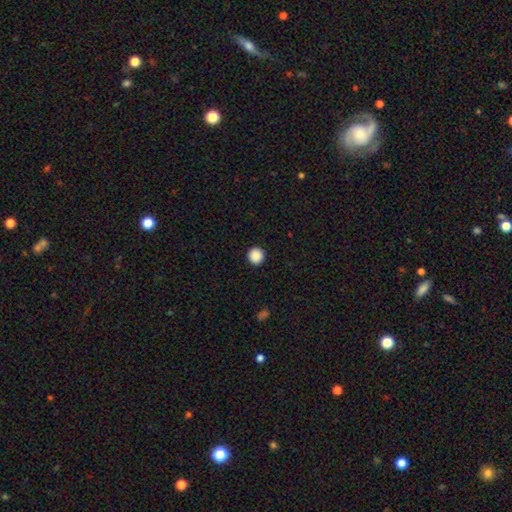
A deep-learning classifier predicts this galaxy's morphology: This is clearly a smooth galaxy (89%). How rounded: clearly round (96%). Merging: clearly none (93%).